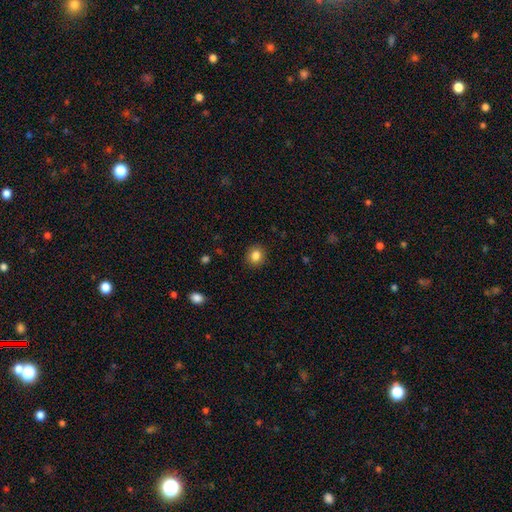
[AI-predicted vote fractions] Smooth or featured: smooth — 84% (star or artifact — 10%)
How rounded: round — 82% (in between — 17%)
Merging: none — 90% (minor disturbance — 7%)